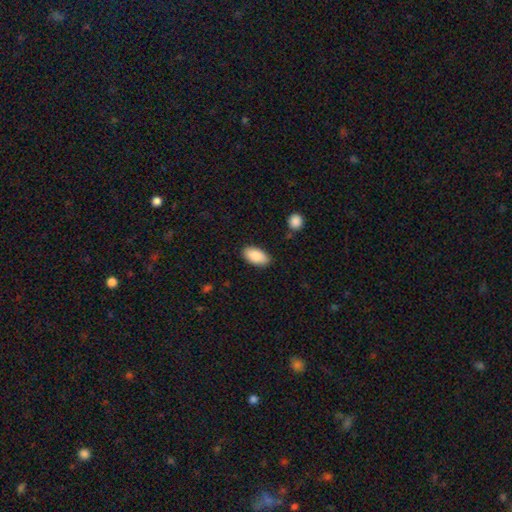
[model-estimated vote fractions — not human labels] This is clearly a smooth galaxy (88%). How rounded: clearly in between (94%). Merging: clearly none (87%).